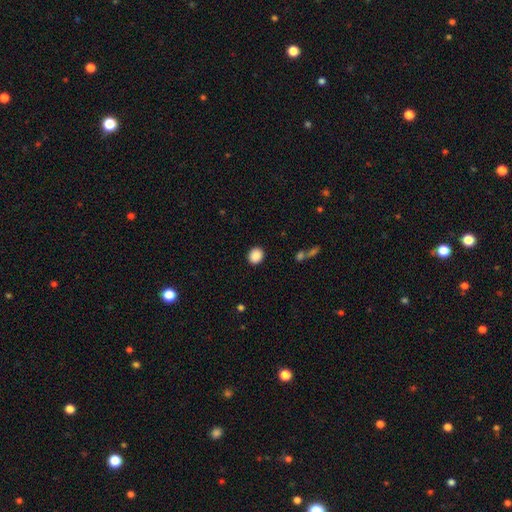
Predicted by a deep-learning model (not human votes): Smooth or featured?
  - smooth: 89% *
  - star or artifact: 8%
  - featured or disk: 3%
How rounded?
  - round: 74% *
  - in between: 25%
  - cigar-shaped: 1%
Merging?
  - none: 90% *
  - minor disturbance: 6%
  - major disturbance: 2%
  - merger: 1%